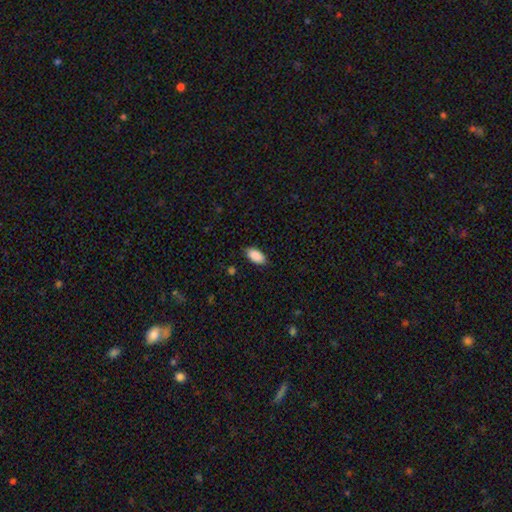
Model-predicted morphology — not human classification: Q: Smooth or featured?
A: smooth (90%); runner-up: star or artifact (6%)
Q: How rounded?
A: in between (94%); runner-up: cigar-shaped (3%)
Q: Merging?
A: none (86%); runner-up: minor disturbance (11%)